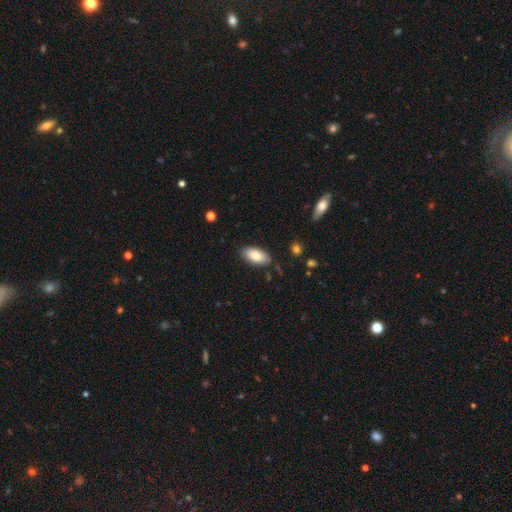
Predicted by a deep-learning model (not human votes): The model was most divided on "merging": none: 83%, minor disturbance: 13%, major disturbance: 3%, merger: 2%. More confident: how rounded — in between (93%); smooth or featured — smooth (84%).